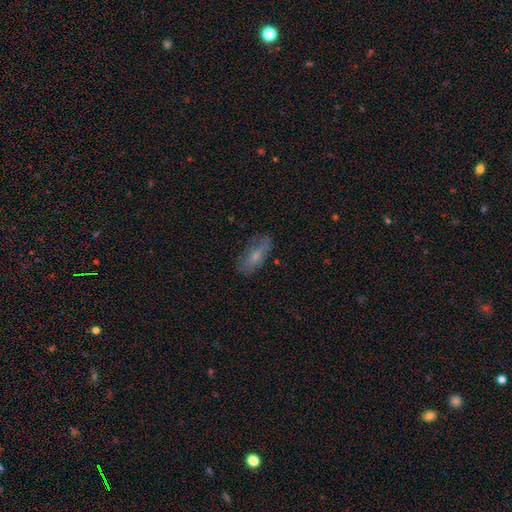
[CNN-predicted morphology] The model was most divided on "smooth or featured": smooth: 56%, featured or disk: 35%, star or artifact: 9%. More confident: merging — none (70%); how rounded — in between (68%).